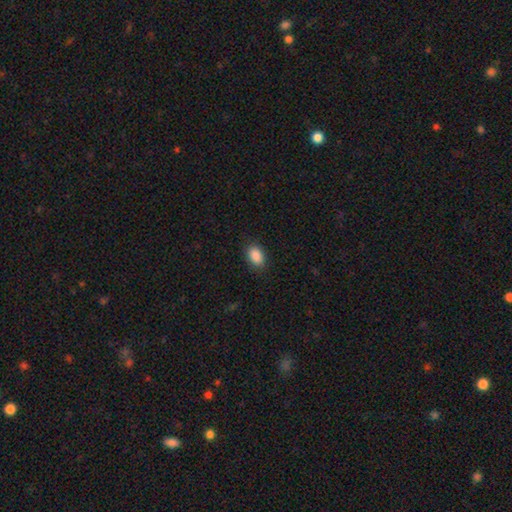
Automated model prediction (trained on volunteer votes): Smooth or featured?
  - smooth: 90% *
  - star or artifact: 8%
  - featured or disk: 3%
How rounded?
  - in between: 87% *
  - round: 12%
  - cigar-shaped: 1%
Merging?
  - none: 87% *
  - minor disturbance: 10%
  - major disturbance: 3%
  - merger: 1%